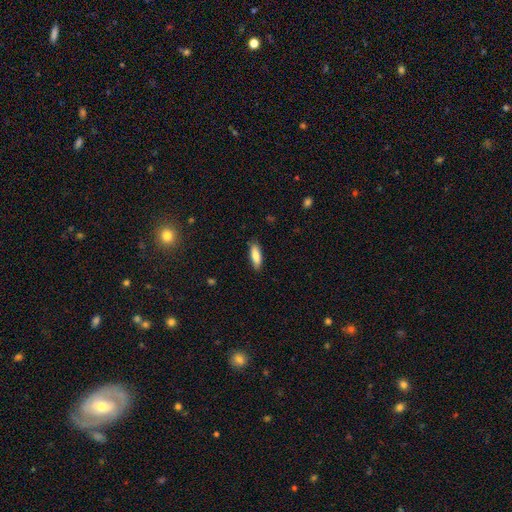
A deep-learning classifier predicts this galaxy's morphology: smooth 84%, featured or disk 10%, star or artifact 6%. Down the decision tree: how rounded — in between (57%); merging — none (85%).